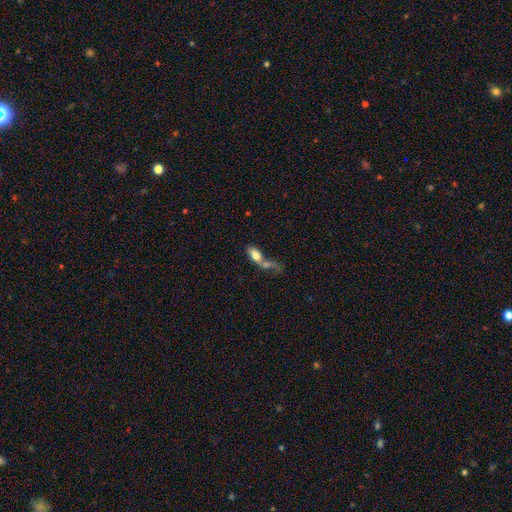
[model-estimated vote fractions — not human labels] This is likely a smooth galaxy (69%). How rounded: likely in between (78%). Merging: possibly merger (60%).